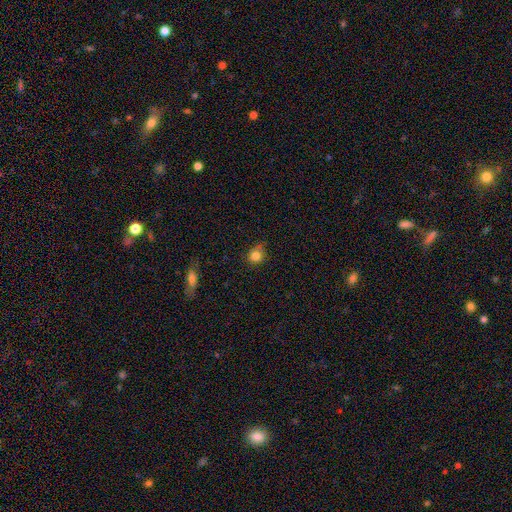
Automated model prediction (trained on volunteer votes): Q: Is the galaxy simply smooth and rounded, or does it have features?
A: smooth — 82%.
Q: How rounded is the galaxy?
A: round — 77%.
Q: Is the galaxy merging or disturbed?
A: none — 69%.